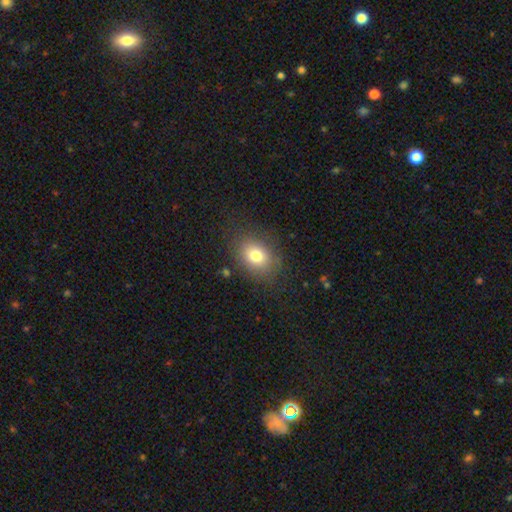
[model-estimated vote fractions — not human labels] Overall: smooth (78%). How rounded: in between (60%; round 39%). Merging: none (80%).